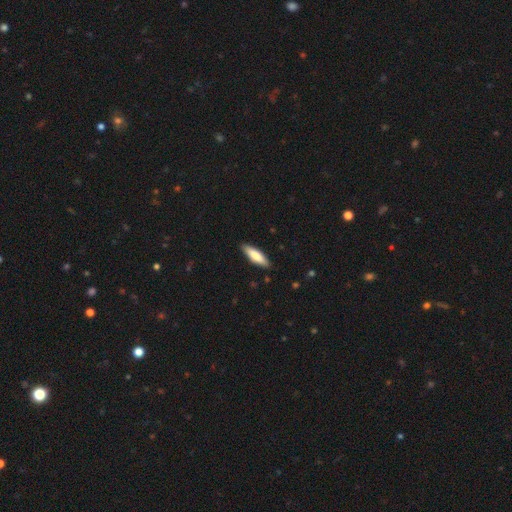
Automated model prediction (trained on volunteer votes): This appears to be a smooth galaxy with no disk features (79%) that is cigar-shaped (58%). Merging: none (88%).